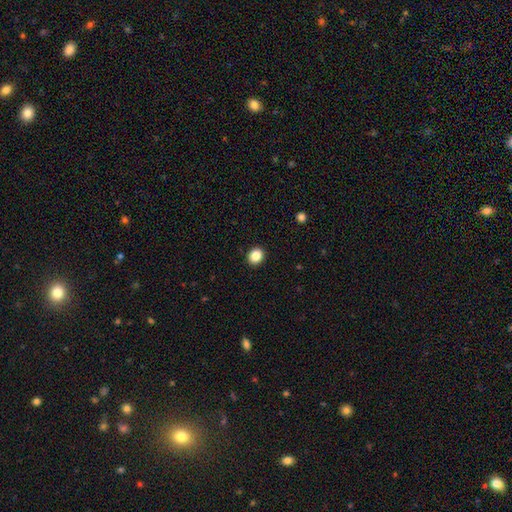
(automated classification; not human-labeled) The model was most divided on "how rounded": round: 73%, in between: 26%, cigar-shaped: 1%. More confident: merging — none (92%); smooth or featured — smooth (86%).